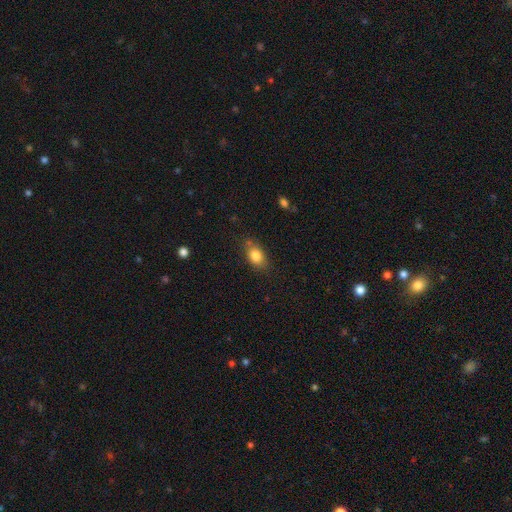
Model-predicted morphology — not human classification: type=smooth (83%); roundness=in between (77%); merging=none (72%).